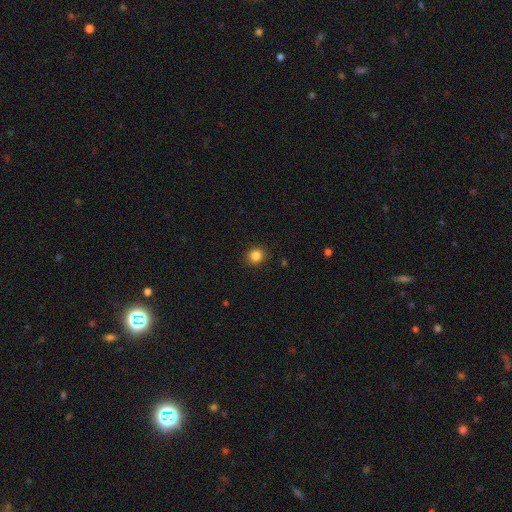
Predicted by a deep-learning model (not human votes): A smooth galaxy with no disk features (85%) that is round (83%).

Vote fractions:
- Smooth or featured? smooth: 85% / star or artifact: 11% / featured or disk: 4%
- How rounded? round: 83% / in between: 16% / cigar-shaped: 1%
- Merging? none: 90% / minor disturbance: 7% / major disturbance: 2% / merger: 1%